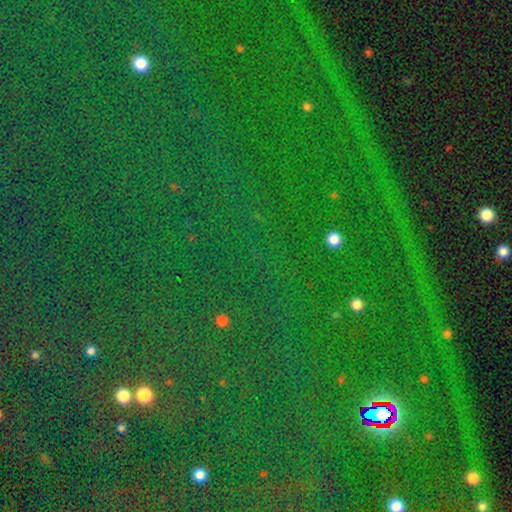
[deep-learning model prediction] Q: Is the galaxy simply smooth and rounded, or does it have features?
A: star or artifact — 84%.